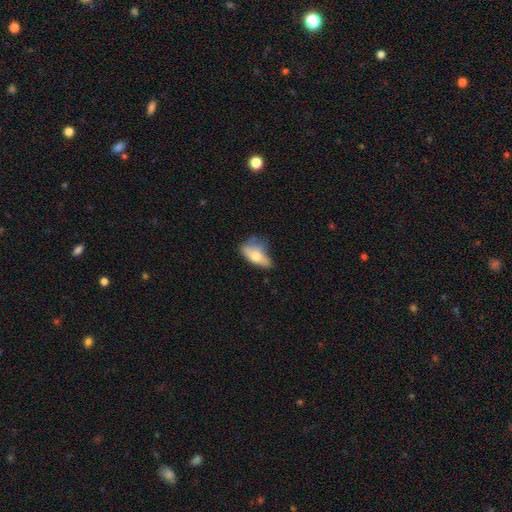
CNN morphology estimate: A smooth galaxy with no disk features (63%) that is in between round and cigar-shaped (85%).

Vote fractions:
- Smooth or featured? smooth: 63% / featured or disk: 29% / star or artifact: 8%
- How rounded? in between: 85% / cigar-shaped: 8% / round: 7%
- Merging? minor disturbance: 36% / none: 30% / major disturbance: 27% / merger: 6%